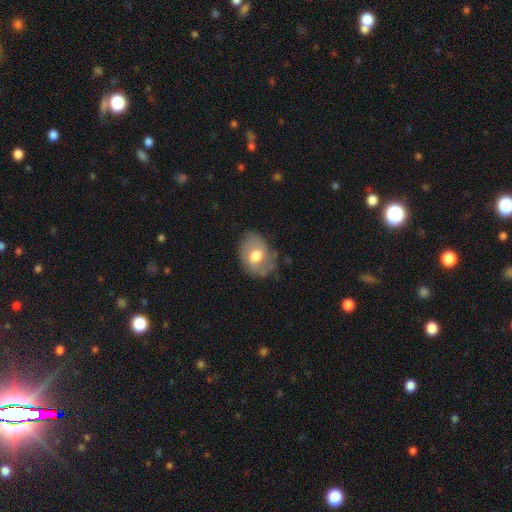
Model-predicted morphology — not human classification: Smooth or featured? smooth (51%)
How rounded? in between (65%)
Merging? none (64%)